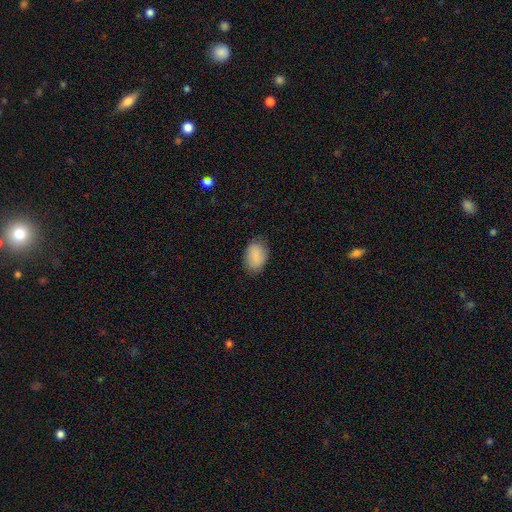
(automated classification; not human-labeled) smooth_or_featured: smooth (p=0.89) [alt: star or artifact p=0.07]
how_rounded: in between (p=0.86) [alt: round p=0.13]
merging: none (p=0.82) [alt: minor disturbance p=0.14]